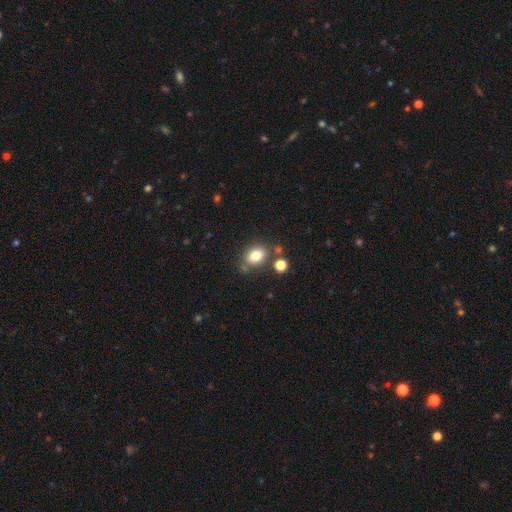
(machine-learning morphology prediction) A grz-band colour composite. It shows a smooth galaxy with no disk features (79%) that is in between round and cigar-shaped (62%). Merging: none (68%).